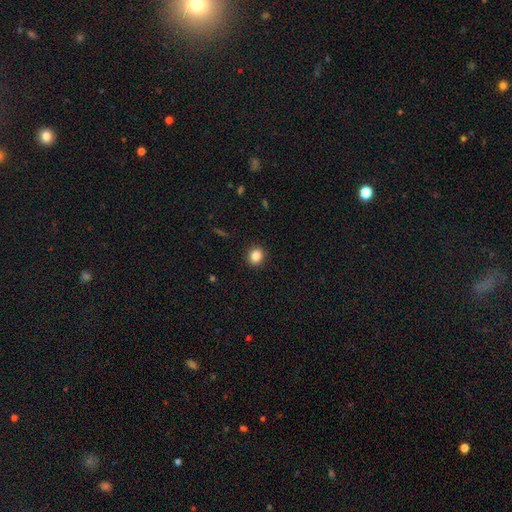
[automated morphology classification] A smooth galaxy with no disk features (86%) that is round (74%). Merging: none (91%).